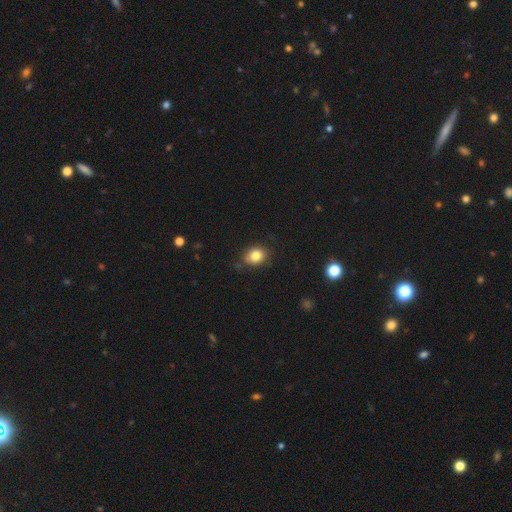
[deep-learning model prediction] Q: Smooth or featured?
A: smooth (81%); runner-up: star or artifact (10%)
Q: How rounded?
A: round (54%); runner-up: in between (45%)
Q: Merging?
A: none (75%); runner-up: minor disturbance (19%)